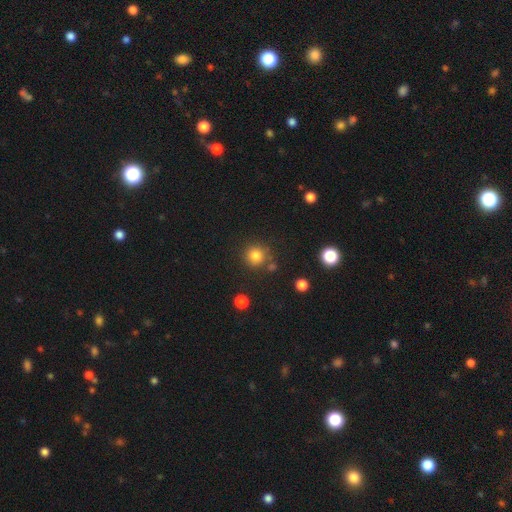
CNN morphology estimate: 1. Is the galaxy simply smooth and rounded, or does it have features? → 81% smooth, 13% star or artifact, 6% featured or disk.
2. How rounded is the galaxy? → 93% round, 6% in between, 1% cigar-shaped.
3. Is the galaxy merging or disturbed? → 79% none, 9% minor disturbance, 8% merger, 4% major disturbance.